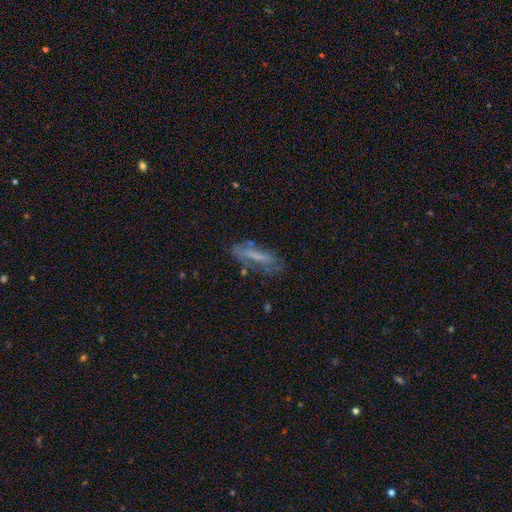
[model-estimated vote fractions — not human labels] smooth-or-featured: smooth: 52% | featured or disk: 38% | star or artifact: 10%
  how-rounded: cigar-shaped: 71% | in between: 27% | round: 2%
  merging: none: 58% | minor disturbance: 25% | major disturbance: 13% | merger: 4%